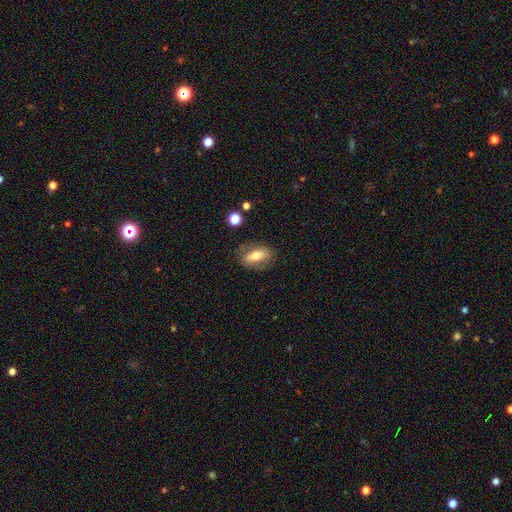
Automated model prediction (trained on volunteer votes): A smooth galaxy with no disk features (57%) that is in between round and cigar-shaped (83%).

Vote fractions:
- Smooth or featured? smooth: 57% / featured or disk: 35% / star or artifact: 8%
- How rounded? in between: 83% / cigar-shaped: 10% / round: 8%
- Merging? none: 76% / minor disturbance: 16% / major disturbance: 6% / merger: 2%